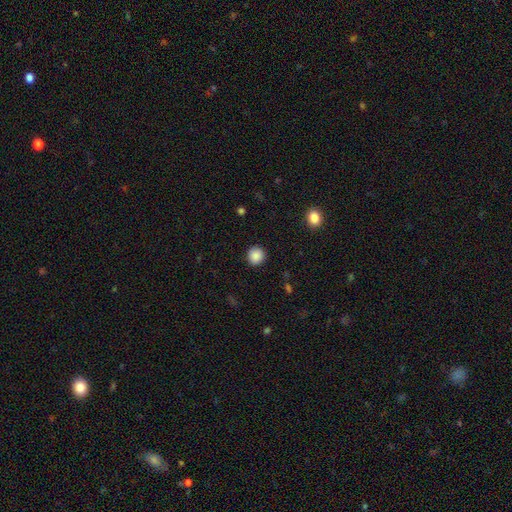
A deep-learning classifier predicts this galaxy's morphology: Smooth or featured?
  - smooth: 88% *
  - star or artifact: 9%
  - featured or disk: 3%
How rounded?
  - round: 92% *
  - in between: 7%
  - cigar-shaped: 1%
Merging?
  - none: 92% *
  - minor disturbance: 5%
  - major disturbance: 2%
  - merger: 1%